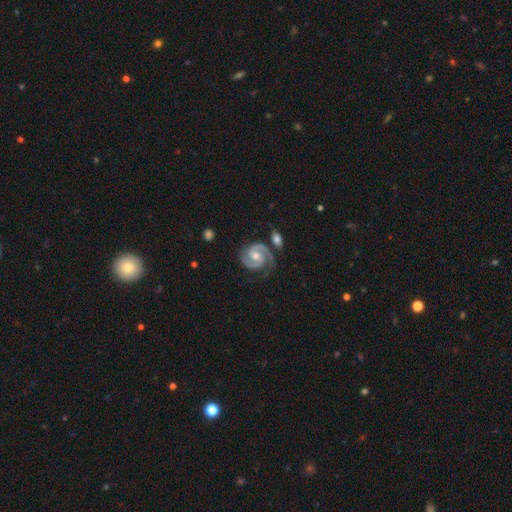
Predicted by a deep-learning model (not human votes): smooth_or_featured: featured or disk (p=0.93) [alt: star or artifact p=0.04]
disk_edge_on: no (p=0.98) [alt: yes p=0.02]
bar: no (p=0.49) [alt: weak p=0.37]
has_spiral_arms: yes (p=0.99) [alt: no p=0.01]
spiral_winding: tight (p=0.54) [alt: medium p=0.41]
spiral_arm_count: 2 (p=0.93) [alt: 3 p=0.02]
bulge_size: moderate (p=0.66) [alt: small p=0.27]
merging: none (p=0.76) [alt: minor disturbance p=0.15]